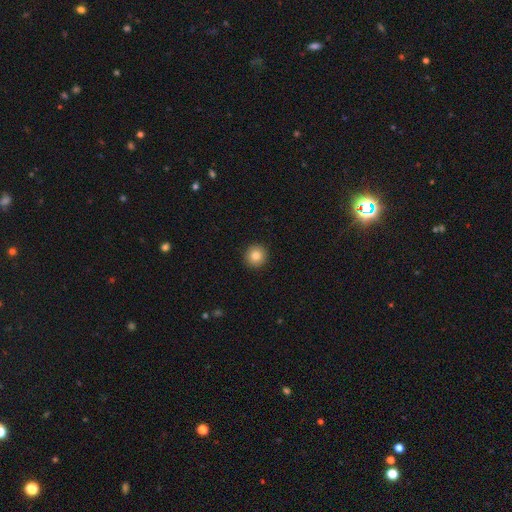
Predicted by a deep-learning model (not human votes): Morphology: type=smooth (82%); roundness=round (94%); merging=none (93%).